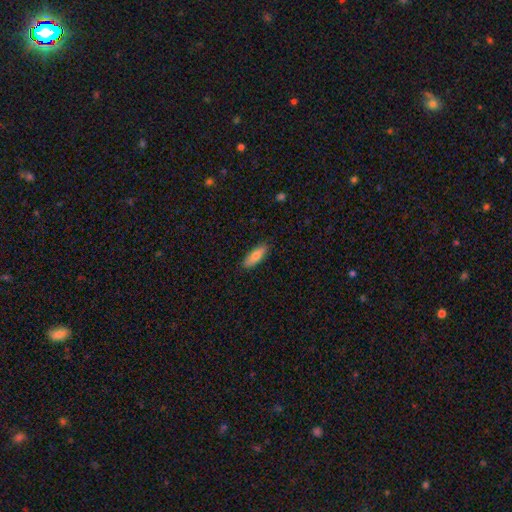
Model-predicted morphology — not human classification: Smooth or featured? Predicted: smooth (p=0.78). How rounded? Predicted: in between (p=0.57). Merging? Predicted: none (p=0.88).